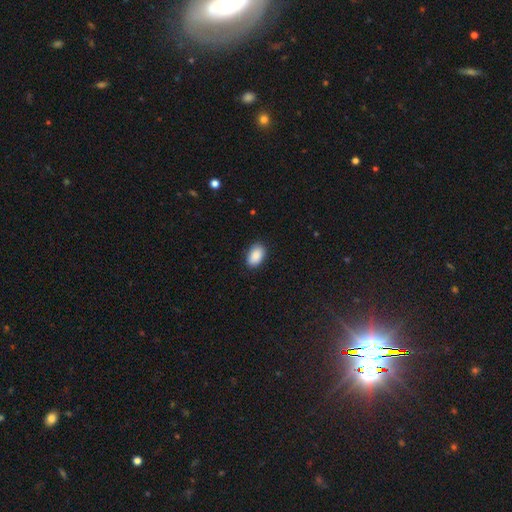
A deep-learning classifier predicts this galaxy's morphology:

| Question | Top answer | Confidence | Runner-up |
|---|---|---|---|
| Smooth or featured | smooth | 90% | star or artifact (7%) |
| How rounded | in between | 92% | round (7%) |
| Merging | none | 88% | minor disturbance (9%) |